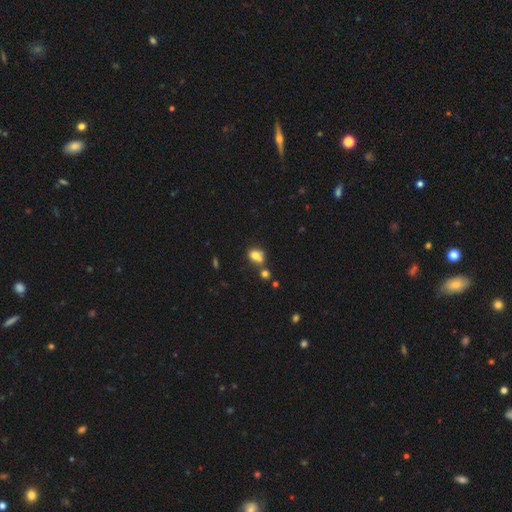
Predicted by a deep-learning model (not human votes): This is likely a smooth galaxy (74%). How rounded: possibly round (57%). Merging: marginally merger (44%).